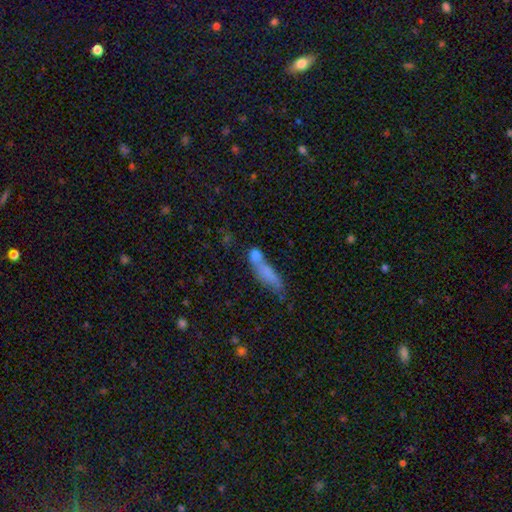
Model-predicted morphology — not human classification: Q: Smooth or featured?
A: smooth (68%); runner-up: featured or disk (20%)
Q: How rounded?
A: in between (44%); runner-up: cigar-shaped (39%)
Q: Merging?
A: merger (41%); runner-up: none (33%)